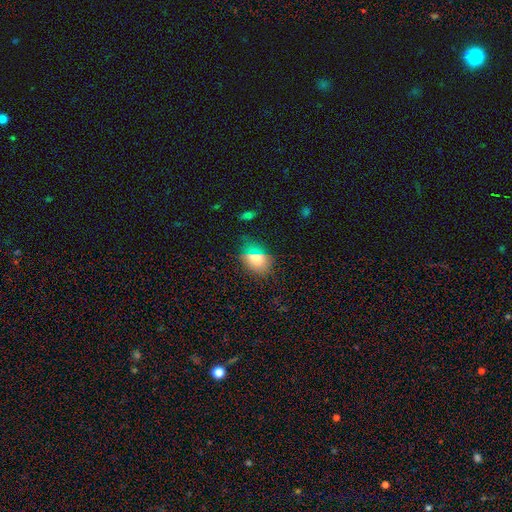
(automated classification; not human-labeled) Smooth or featured: smooth — 72% (star or artifact — 17%)
How rounded: in between — 66% (round — 31%)
Merging: none — 79% (minor disturbance — 15%)